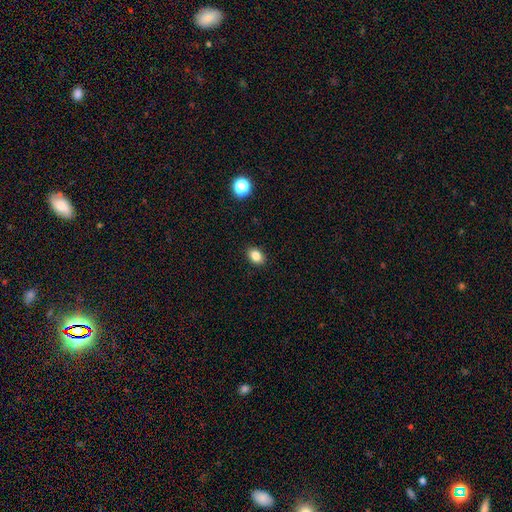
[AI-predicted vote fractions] smooth 85%, star or artifact 10%, featured or disk 4%. Down the decision tree: how rounded — in between (76%); merging — none (90%).